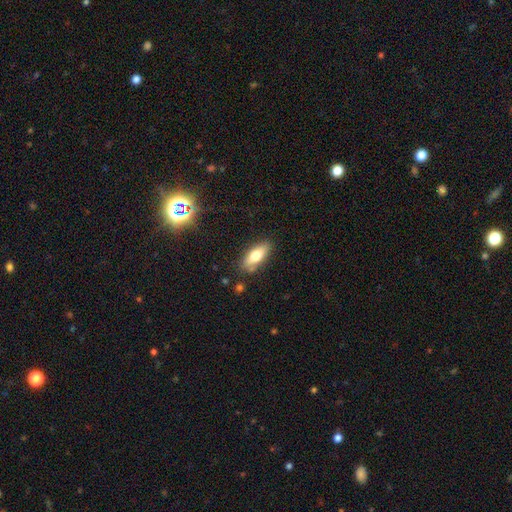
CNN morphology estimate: Overall: smooth (69%). How rounded: in between (74%). Merging: none (80%).